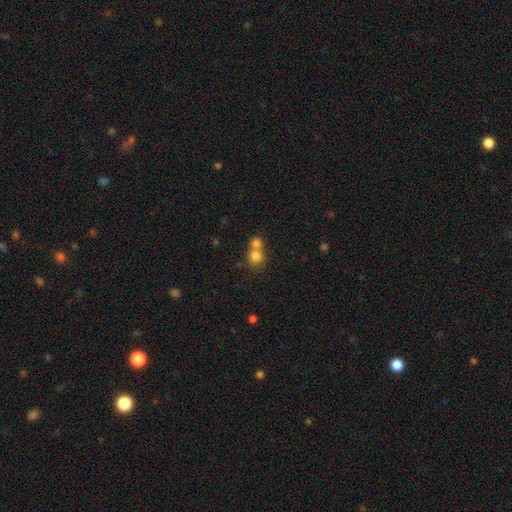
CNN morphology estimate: This appears to be a smooth galaxy with no disk features (79%) that is round (84%). Merging: merger (56%).